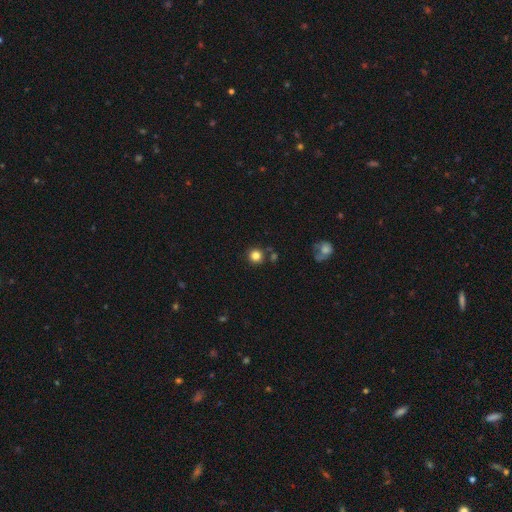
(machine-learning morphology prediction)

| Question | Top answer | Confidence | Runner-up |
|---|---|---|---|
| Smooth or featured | smooth | 83% | star or artifact (12%) |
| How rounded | round | 93% | in between (6%) |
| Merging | none | 82% | minor disturbance (8%) |